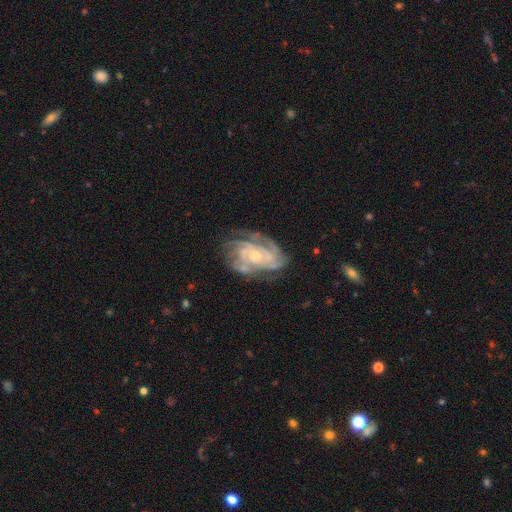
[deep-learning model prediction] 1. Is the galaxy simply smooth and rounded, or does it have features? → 88% featured or disk, 6% smooth, 6% star or artifact.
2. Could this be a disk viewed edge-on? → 97% no, 3% yes.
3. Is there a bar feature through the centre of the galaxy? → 68% no, 25% weak, 6% strong.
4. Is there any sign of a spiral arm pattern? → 97% yes, 3% no.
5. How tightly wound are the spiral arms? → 65% tight, 29% medium, 6% loose.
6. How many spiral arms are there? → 26% 3, 24% 4, 23% can't tell, 14% 2, 8% more than 4, 6% 1.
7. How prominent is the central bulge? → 49% small, 46% moderate, 2% large, 2% none, 1% dominant.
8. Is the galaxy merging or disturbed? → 68% none, 20% minor disturbance, 9% major disturbance, 3% merger.